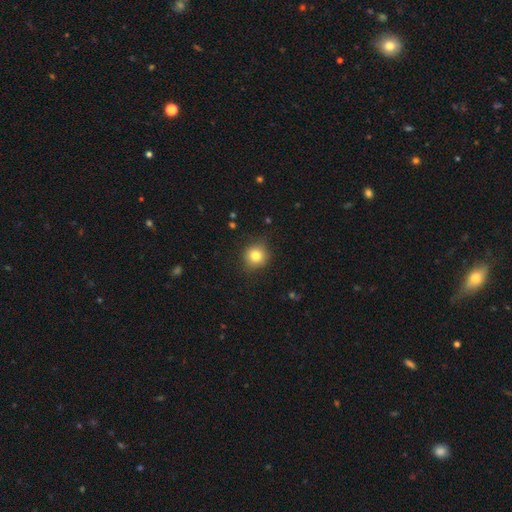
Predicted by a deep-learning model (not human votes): Smooth or featured? smooth (81%)
How rounded? round (90%)
Merging? none (86%)